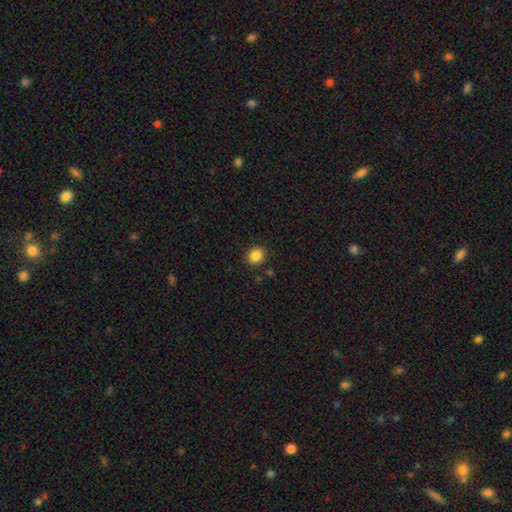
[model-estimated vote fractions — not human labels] Q: Smooth or featured?
A: smooth (86%); runner-up: star or artifact (10%)
Q: How rounded?
A: round (68%); runner-up: in between (31%)
Q: Merging?
A: none (88%); runner-up: minor disturbance (8%)